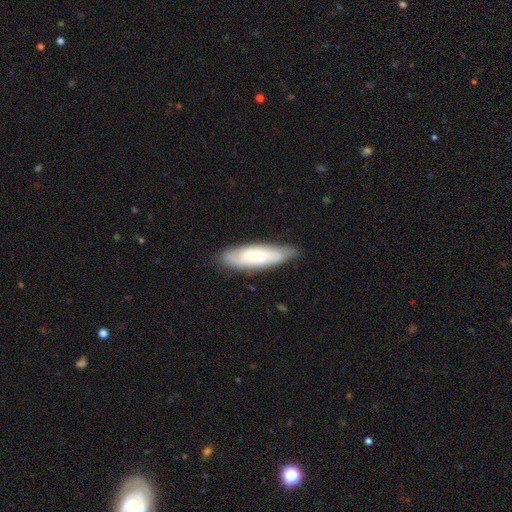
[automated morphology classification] Q: Smooth or featured?
A: featured or disk (52%); runner-up: smooth (42%)
Q: Edge-on disk?
A: no (73%); runner-up: yes (27%)
Q: Merging?
A: none (78%); runner-up: minor disturbance (17%)